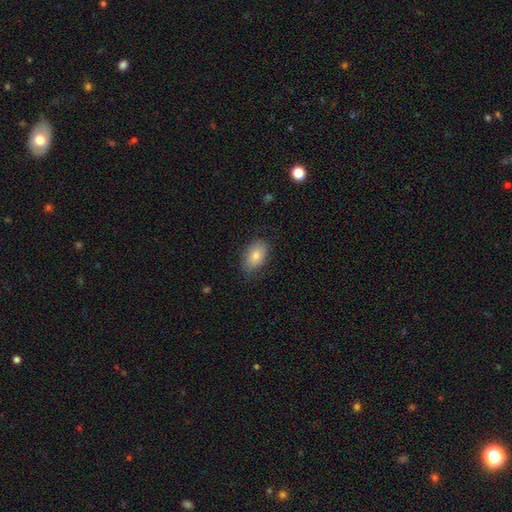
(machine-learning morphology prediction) A smooth galaxy with no disk features (79%) that is in between round and cigar-shaped (90%).

Vote fractions:
- Smooth or featured? smooth: 79% / featured or disk: 12% / star or artifact: 8%
- How rounded? in between: 90% / round: 8% / cigar-shaped: 2%
- Merging? none: 82% / minor disturbance: 14% / major disturbance: 3% / merger: 1%